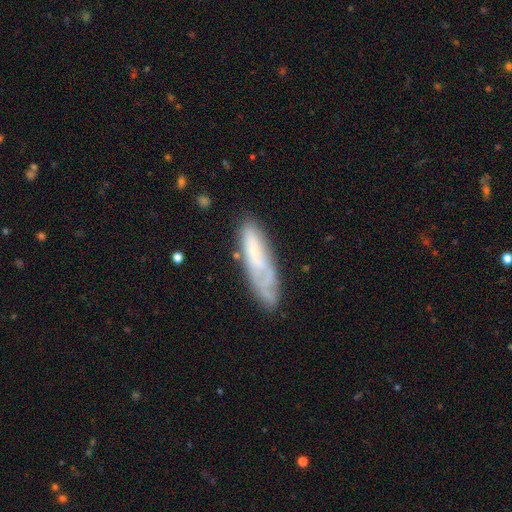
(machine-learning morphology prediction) Smooth or featured: smooth — 49% (featured or disk — 43%)
Merging: none — 61% (minor disturbance — 25%)